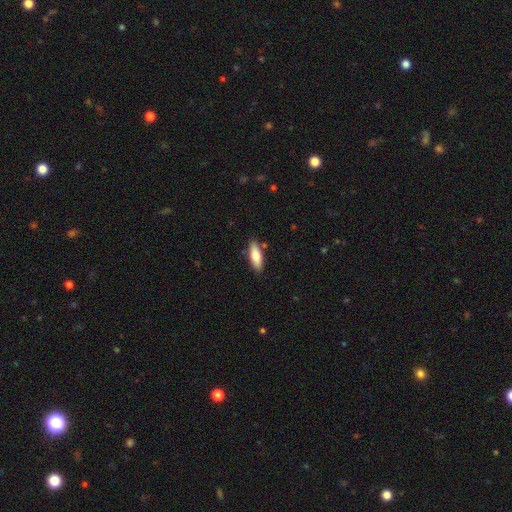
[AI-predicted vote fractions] A smooth galaxy with no disk features (75%) that is in between round and cigar-shaped (62%). Merging: none (84%).